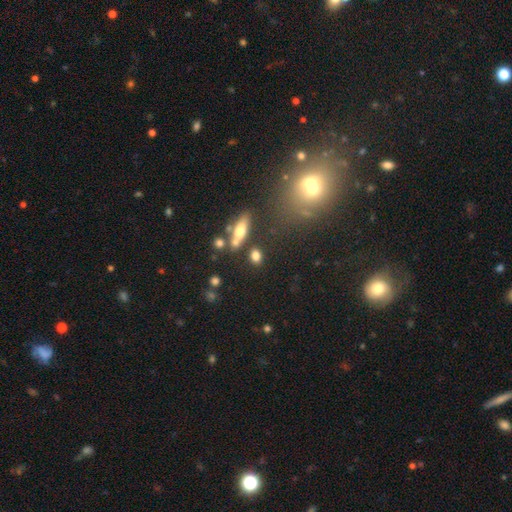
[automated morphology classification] smooth-or-featured: smooth: 76% | featured or disk: 12% | star or artifact: 12%
  how-rounded: in between: 61% | round: 28% | cigar-shaped: 11%
  merging: none: 68% | merger: 16% | minor disturbance: 12% | major disturbance: 5%